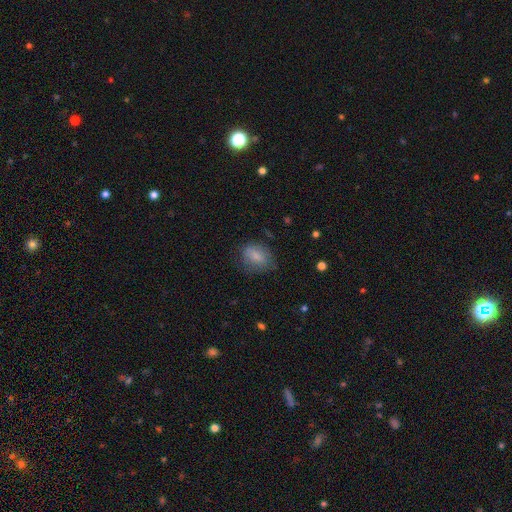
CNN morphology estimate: The model was most divided on "merging": none: 64%, minor disturbance: 26%, major disturbance: 9%, merger: 1%. More confident: smooth or featured — smooth (80%); how rounded — in between (71%).